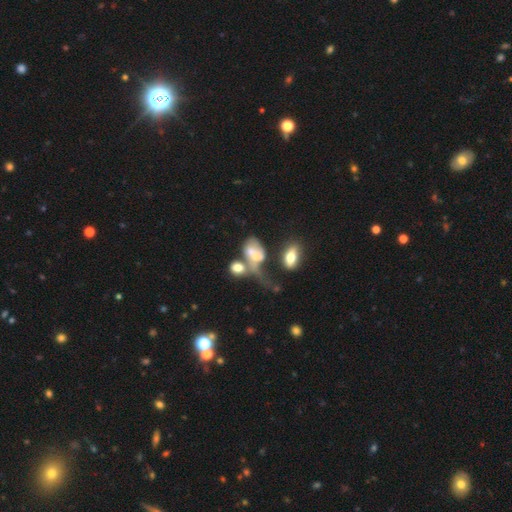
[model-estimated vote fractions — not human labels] Morphology: type=smooth (48%); merging=merger (41%).